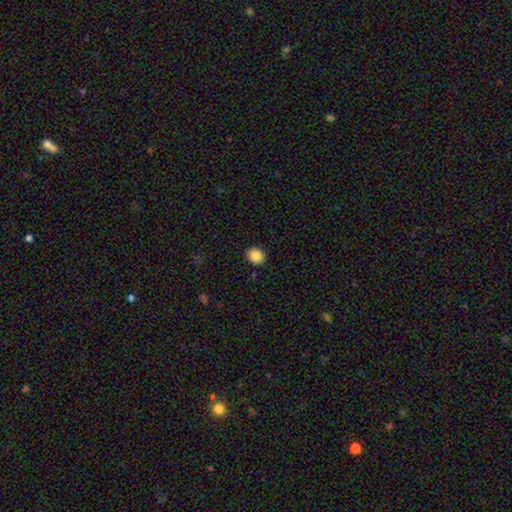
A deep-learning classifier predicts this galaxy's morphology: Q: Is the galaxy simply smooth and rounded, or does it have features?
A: smooth — 86%.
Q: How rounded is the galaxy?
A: round — 57%.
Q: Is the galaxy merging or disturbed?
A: none — 90%.